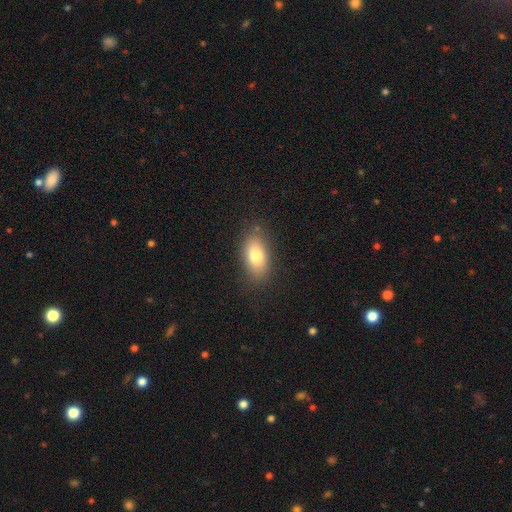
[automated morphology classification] The model was most divided on "smooth or featured": smooth: 79%, featured or disk: 13%, star or artifact: 8%. More confident: how rounded — in between (89%); merging — none (83%).